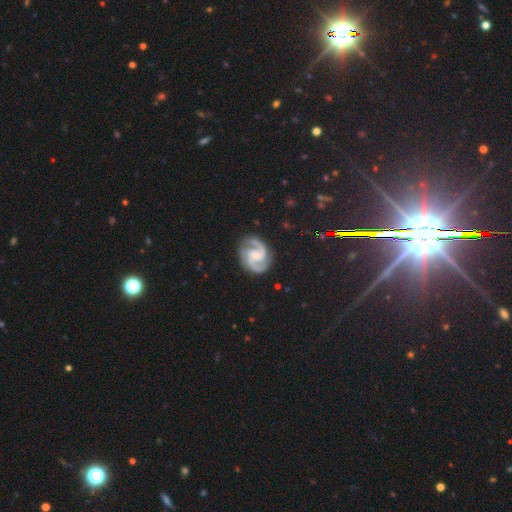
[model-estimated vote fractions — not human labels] Overall: featured or disk (93%). Edge-on disk: no (98%). Bar: no (53%; weak 36%). Spiral arms: yes (99%). Spiral arm count: 2 (91%). Spiral winding: medium (57%; tight 35%). Bulge size: small (60%; moderate 30%). Merging: none (83%).